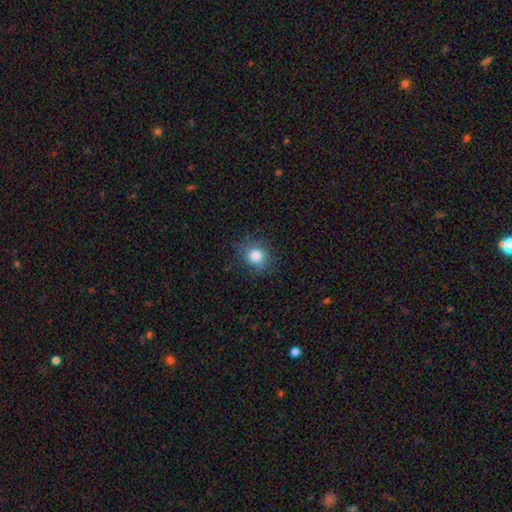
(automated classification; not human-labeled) Smooth or featured? smooth (82%)
How rounded? round (71%)
Merging? none (78%)